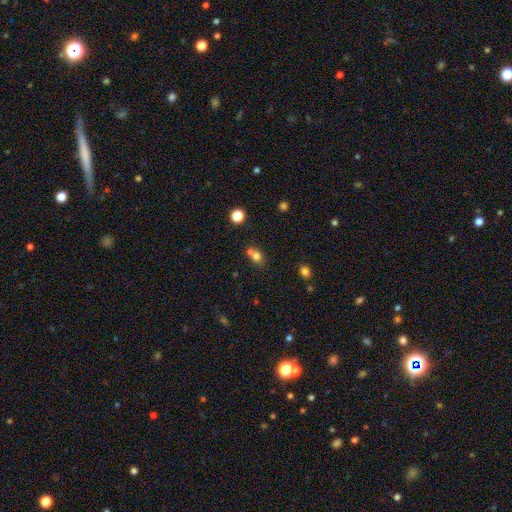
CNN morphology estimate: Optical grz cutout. It shows a smooth galaxy with no disk features (74%) that is round (73%). Merging: merger (46%).